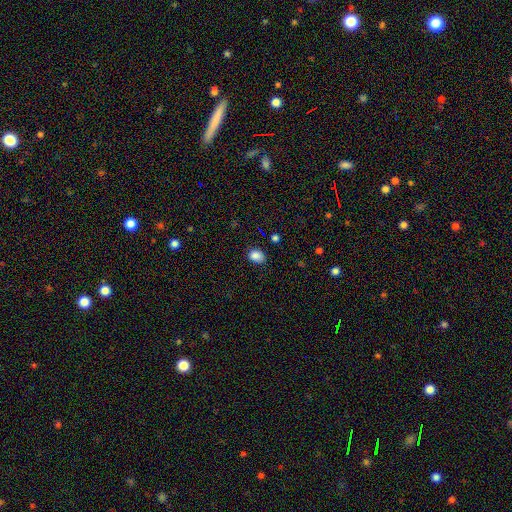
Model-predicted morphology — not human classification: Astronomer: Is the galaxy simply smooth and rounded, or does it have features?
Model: smooth — 85%.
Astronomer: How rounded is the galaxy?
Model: in between — 61% (runner-up: round, 38%).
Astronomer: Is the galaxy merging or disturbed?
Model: none — 76%.